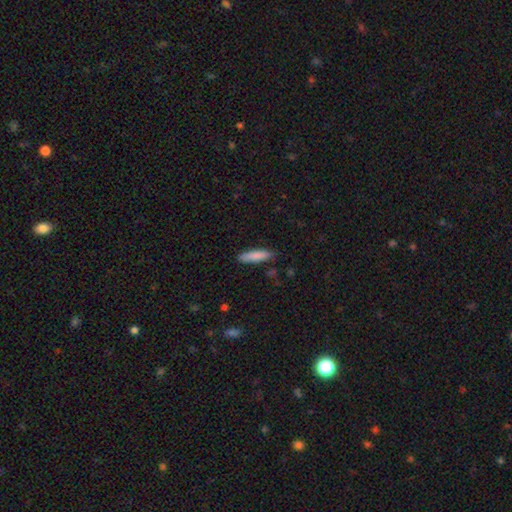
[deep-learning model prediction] This appears to be a smooth galaxy with no disk features (85%) that is cigar-shaped (77%). Merging: none (85%).